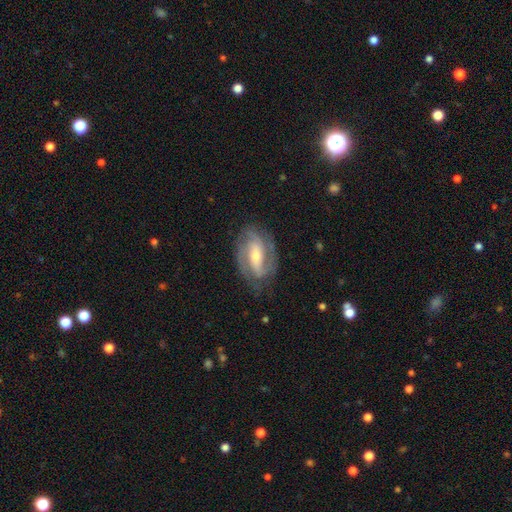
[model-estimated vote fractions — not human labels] Smooth or featured? Predicted: featured or disk (p=0.85). Edge-on disk? Predicted: no (p=0.95). Bar? Predicted: strong (p=0.41). Spiral arms? Predicted: yes (p=0.95). Spiral winding? Predicted: medium (p=0.44). Spiral arm count? Predicted: 2 (p=0.72). Bulge size? Predicted: small (p=0.48). Merging? Predicted: none (p=0.77).